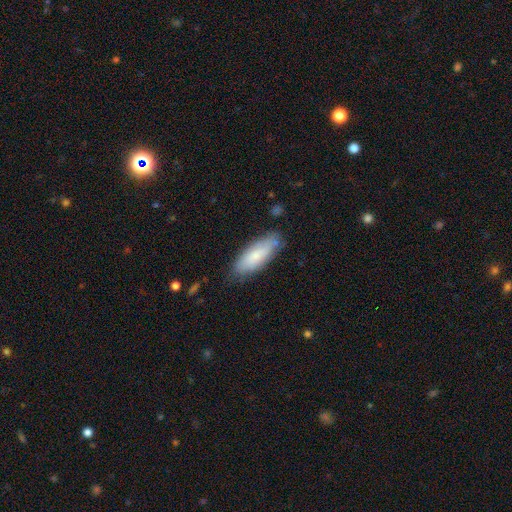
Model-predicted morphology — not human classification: Smooth or featured? Predicted: smooth (p=0.72). How rounded? Predicted: in between (p=0.68). Merging? Predicted: none (p=0.76).